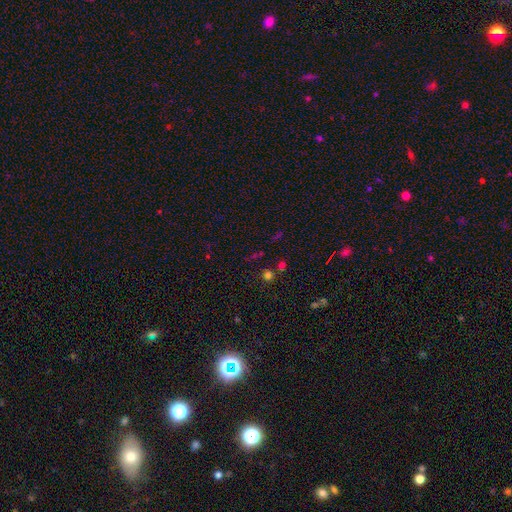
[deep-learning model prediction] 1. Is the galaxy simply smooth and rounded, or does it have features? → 48% star or artifact, 43% smooth, 9% featured or disk.